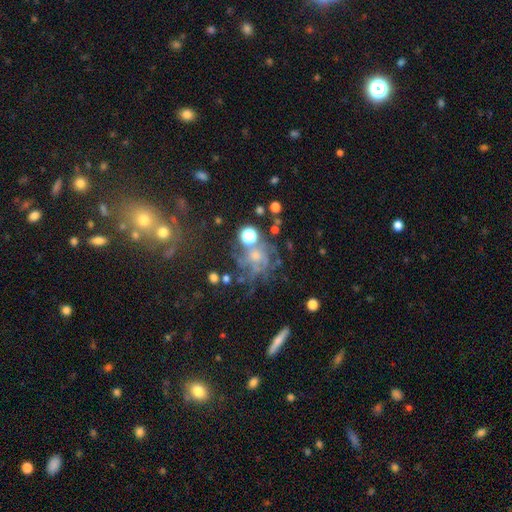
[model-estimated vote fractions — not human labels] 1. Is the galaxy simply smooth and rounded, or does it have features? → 51% featured or disk, 26% smooth, 23% star or artifact.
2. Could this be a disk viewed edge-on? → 96% no, 4% yes.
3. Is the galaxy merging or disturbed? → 49% none, 24% major disturbance, 18% minor disturbance, 10% merger.